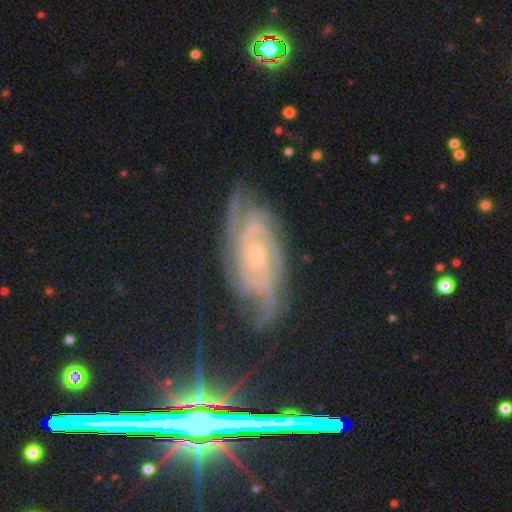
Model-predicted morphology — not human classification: Smooth or featured: featured or disk — 85% (star or artifact — 9%)
Edge-on disk: no — 94% (yes — 6%)
Bar: no — 68% (weak — 24%)
Spiral arms: yes — 98% (no — 2%)
Spiral winding: tight — 70% (medium — 26%)
Spiral arm count: 2 — 28% (can't tell — 23%)
Bulge size: small — 79% (moderate — 15%)
Merging: none — 72% (minor disturbance — 19%)